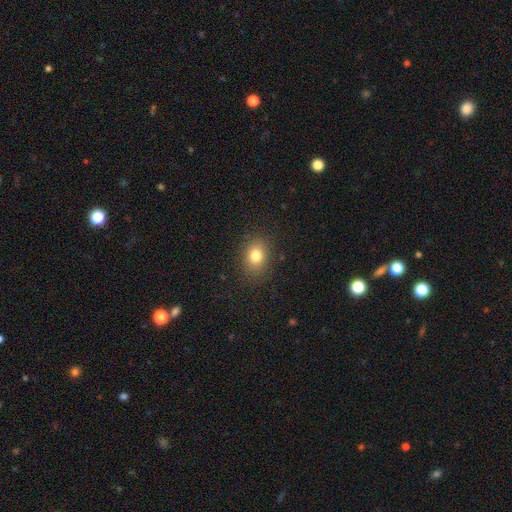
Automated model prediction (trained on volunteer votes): Smooth or featured? smooth (80%)
How rounded? in between (56%)
Merging? none (86%)